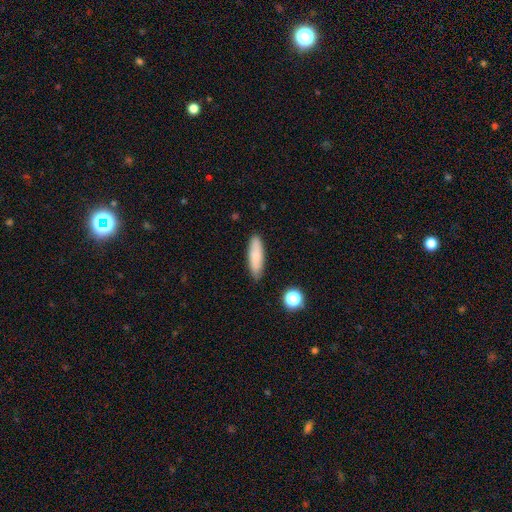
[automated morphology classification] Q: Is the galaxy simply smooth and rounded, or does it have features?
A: smooth — 80%.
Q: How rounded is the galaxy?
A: cigar-shaped — 59%.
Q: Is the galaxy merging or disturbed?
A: none — 85%.